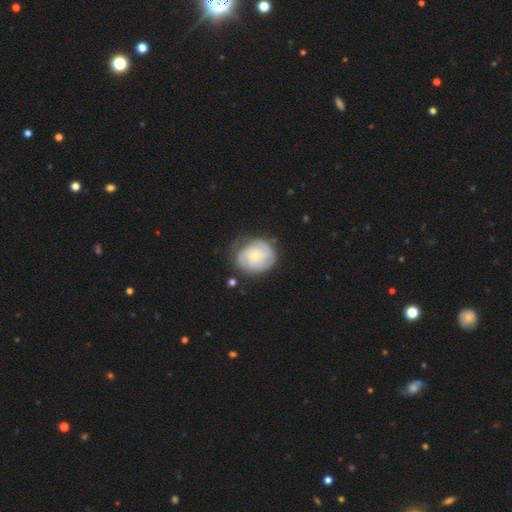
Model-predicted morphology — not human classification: Smooth or featured?
  - featured or disk: 68% *
  - smooth: 26%
  - star or artifact: 6%
Edge-on disk?
  - no: 98% *
  - yes: 2%
Bar?
  - no: 78% *
  - weak: 19%
  - strong: 3%
Spiral arms?
  - yes: 90% *
  - no: 10%
Spiral winding?
  - tight: 66% *
  - medium: 26%
  - loose: 8%
Spiral arm count?
  - can't tell: 36% *
  - 3: 24%
  - 2: 23%
  - 4: 8%
  - 1: 5%
  - more than 4: 4%
Bulge size?
  - small: 72% *
  - moderate: 23%
  - none: 2%
  - large: 2%
  - dominant: 1%
Merging?
  - none: 66% *
  - minor disturbance: 23%
  - major disturbance: 9%
  - merger: 2%